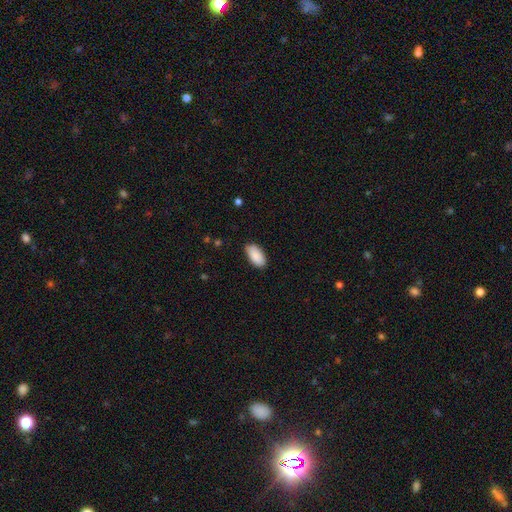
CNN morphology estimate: Overall: smooth (89%). How rounded: in between (94%). Merging: none (86%).